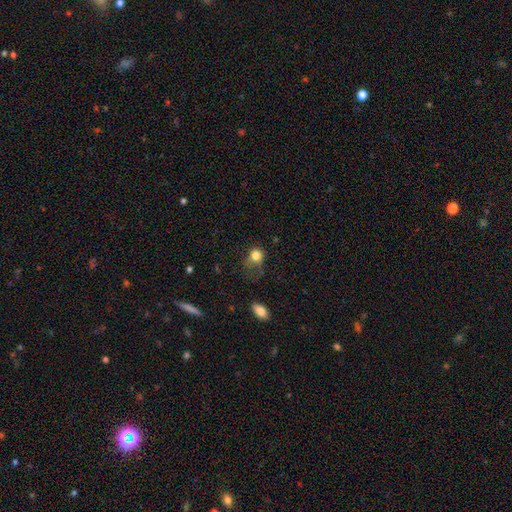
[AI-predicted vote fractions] Overall: smooth (80%). How rounded: round (63%; in between 36%). Merging: none (34%; major disturbance 32%).